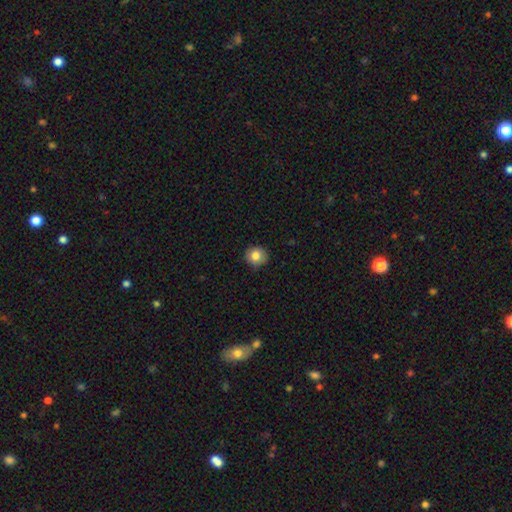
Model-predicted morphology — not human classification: smooth-or-featured: smooth: 83% | star or artifact: 9% | featured or disk: 9%
  how-rounded: round: 90% | in between: 9% | cigar-shaped: 1%
  merging: none: 89% | minor disturbance: 8% | major disturbance: 2% | merger: 1%